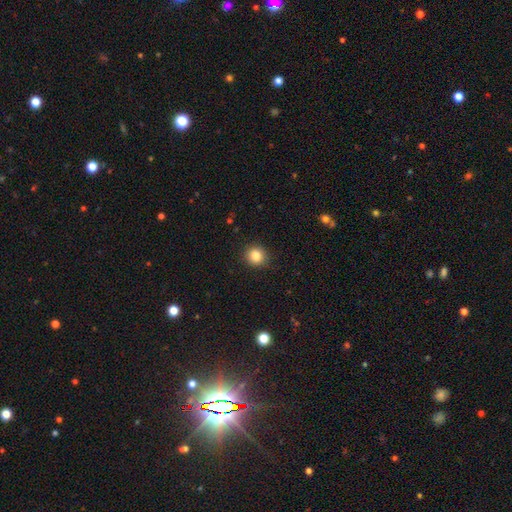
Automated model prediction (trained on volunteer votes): Q: Smooth or featured?
A: smooth (85%); runner-up: star or artifact (10%)
Q: How rounded?
A: round (90%); runner-up: in between (9%)
Q: Merging?
A: none (91%); runner-up: minor disturbance (7%)